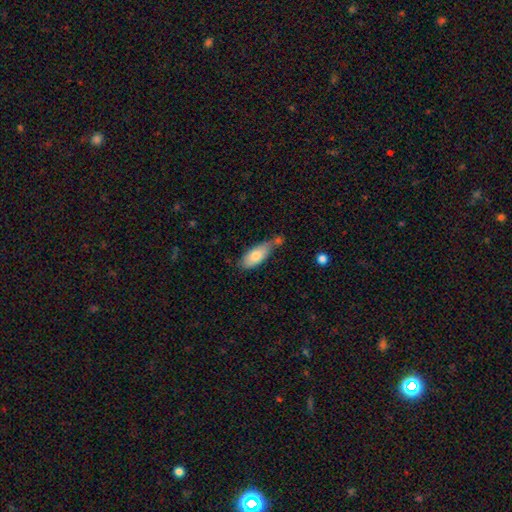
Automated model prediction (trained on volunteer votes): This is likely a smooth galaxy (77%). How rounded: clearly in between (83%). Merging: marginally none (44%).